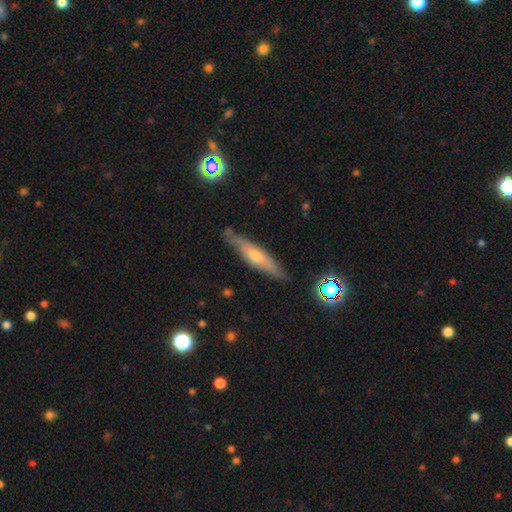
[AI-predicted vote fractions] This appears to be a featured or disk galaxy (51%) viewed edge-on (84%). Merging: none (81%).